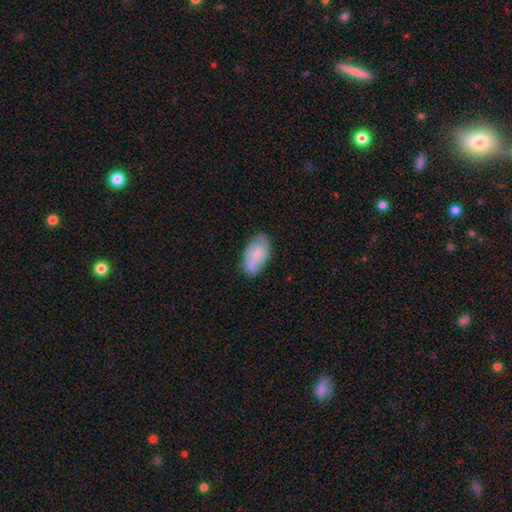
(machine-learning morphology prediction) The model was most divided on "smooth or featured": smooth: 64%, featured or disk: 30%, star or artifact: 6%. More confident: how rounded — in between (93%); merging — none (60%).